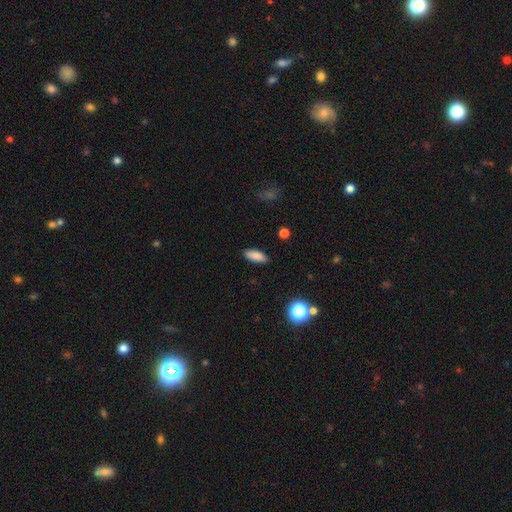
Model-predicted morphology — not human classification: Smooth or featured? smooth (86%)
How rounded? in between (76%)
Merging? none (88%)